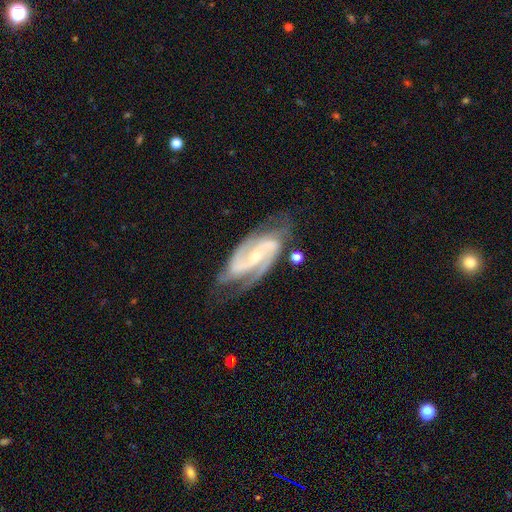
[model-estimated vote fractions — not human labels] Smooth or featured?
  - featured or disk: 91% *
  - star or artifact: 5%
  - smooth: 4%
Edge-on disk?
  - no: 96% *
  - yes: 4%
Bar?
  - strong: 38% *
  - weak: 36%
  - no: 26%
Spiral arms?
  - yes: 98% *
  - no: 2%
Spiral winding?
  - medium: 54% *
  - tight: 30%
  - loose: 17%
Spiral arm count?
  - 2: 86% *
  - 3: 6%
  - can't tell: 3%
  - 4: 2%
  - 1: 2%
  - more than 4: 1%
Bulge size?
  - small: 68% *
  - moderate: 27%
  - none: 2%
  - large: 1%
  - dominant: 1%
Merging?
  - none: 70% *
  - minor disturbance: 20%
  - major disturbance: 8%
  - merger: 3%